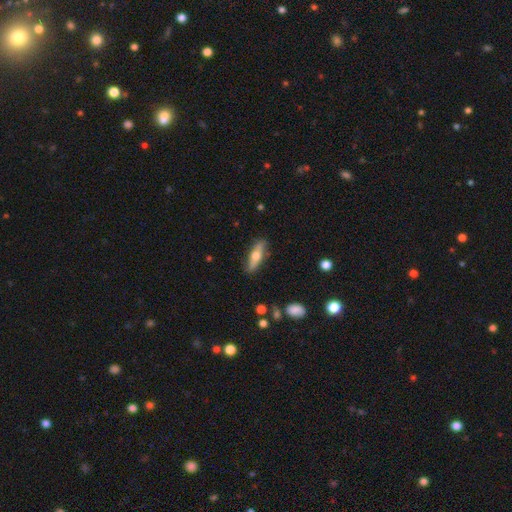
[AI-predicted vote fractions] Q: Smooth or featured?
A: featured or disk (49%); runner-up: smooth (44%)
Q: Merging?
A: none (82%); runner-up: minor disturbance (14%)